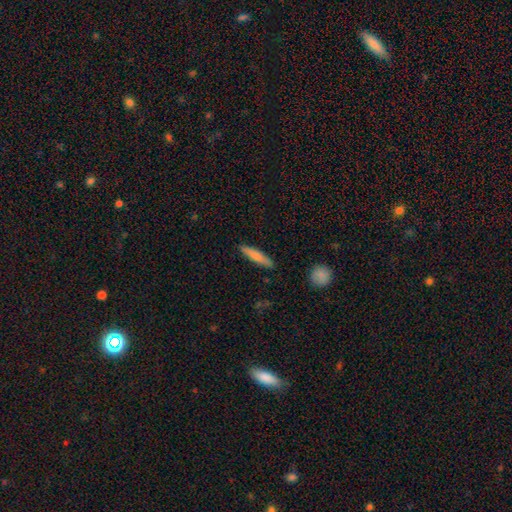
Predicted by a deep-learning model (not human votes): Smooth or featured? smooth (73%)
How rounded? cigar-shaped (87%)
Merging? none (89%)